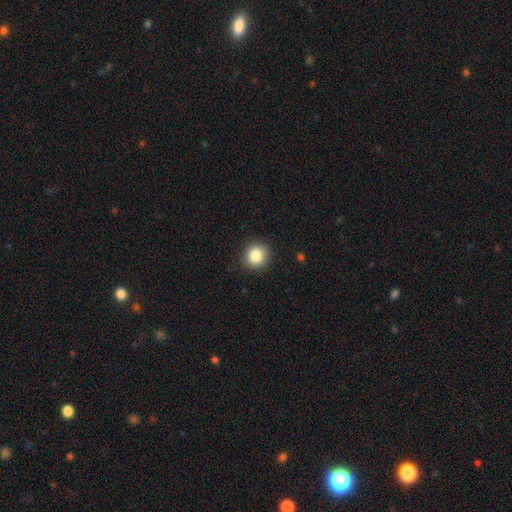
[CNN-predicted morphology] smooth_or_featured: smooth (p=0.85) [alt: star or artifact p=0.10]
how_rounded: round (p=0.90) [alt: in between p=0.09]
merging: none (p=0.90) [alt: minor disturbance p=0.07]